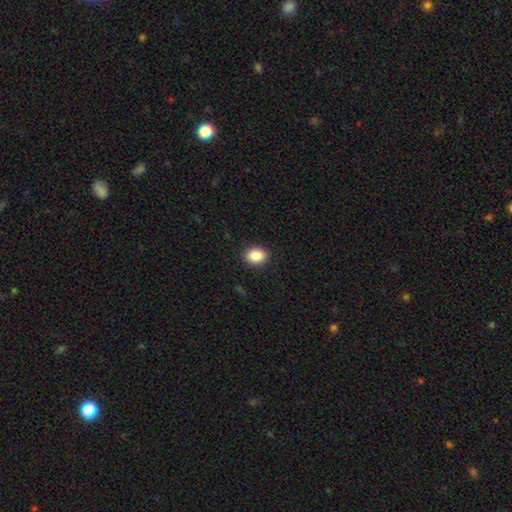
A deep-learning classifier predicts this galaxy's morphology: Smooth or featured? smooth (87%)
How rounded? in between (61%)
Merging? none (90%)